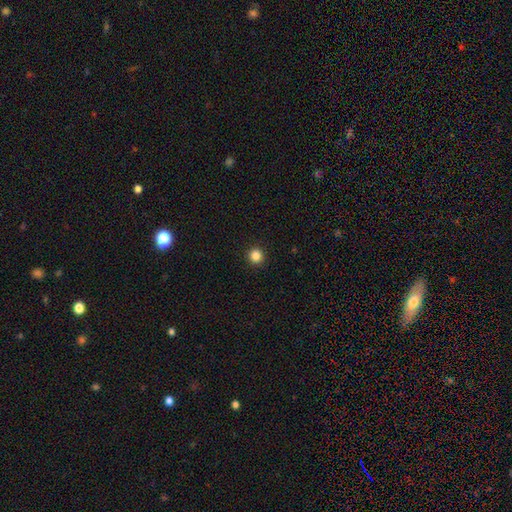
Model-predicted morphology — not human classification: Smooth or featured: smooth — 85% (star or artifact — 12%)
How rounded: round — 95% (in between — 4%)
Merging: none — 93% (minor disturbance — 4%)